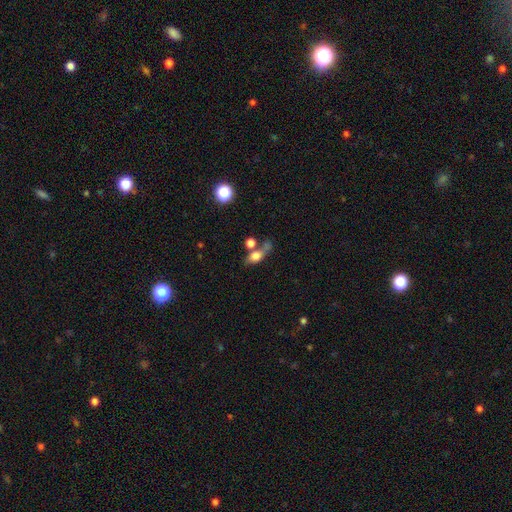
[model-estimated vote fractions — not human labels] This is likely a smooth galaxy (66%). How rounded: likely in between (61%). Merging: marginally none (40%).